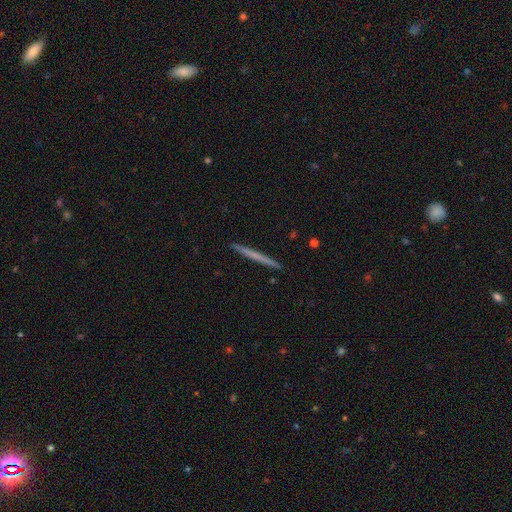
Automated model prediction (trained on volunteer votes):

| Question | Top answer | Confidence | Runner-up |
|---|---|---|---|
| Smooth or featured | smooth | 51% | featured or disk (44%) |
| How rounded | cigar-shaped | 97% | in between (1%) |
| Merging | none | 93% | minor disturbance (5%) |